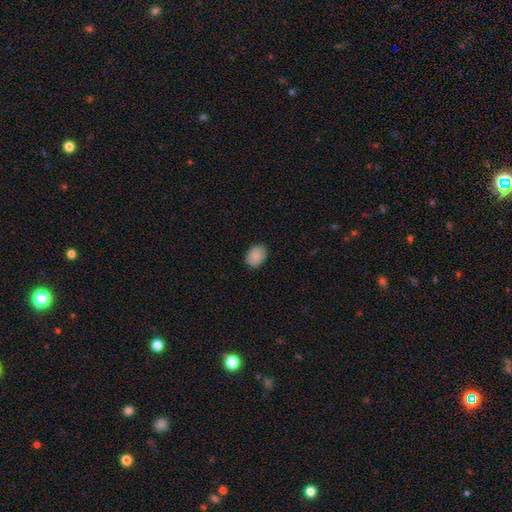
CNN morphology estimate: Q: Smooth or featured?
A: smooth (89%); runner-up: star or artifact (8%)
Q: How rounded?
A: in between (64%); runner-up: round (35%)
Q: Merging?
A: none (87%); runner-up: minor disturbance (10%)